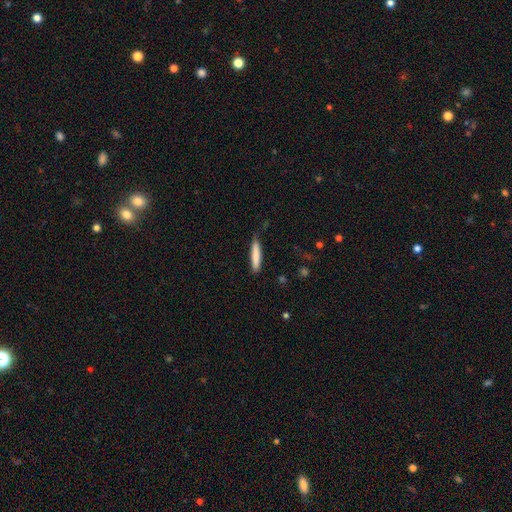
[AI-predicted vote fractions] Q: Smooth or featured?
A: smooth (81%); runner-up: featured or disk (13%)
Q: How rounded?
A: cigar-shaped (90%); runner-up: in between (9%)
Q: Merging?
A: none (78%); runner-up: minor disturbance (17%)